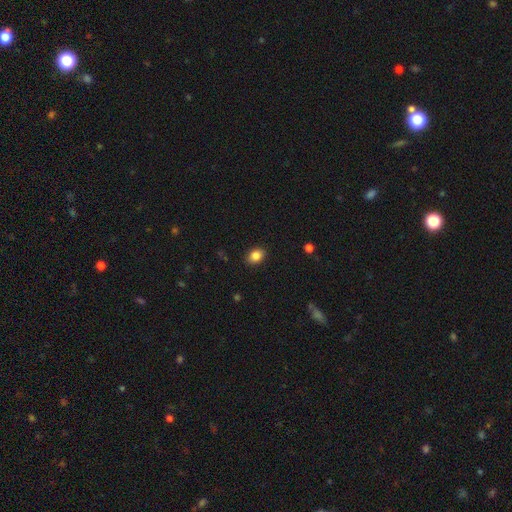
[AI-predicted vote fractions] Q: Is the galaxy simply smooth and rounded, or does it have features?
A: smooth — 85%.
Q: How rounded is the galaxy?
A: in between — 69%.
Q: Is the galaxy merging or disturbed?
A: none — 89%.